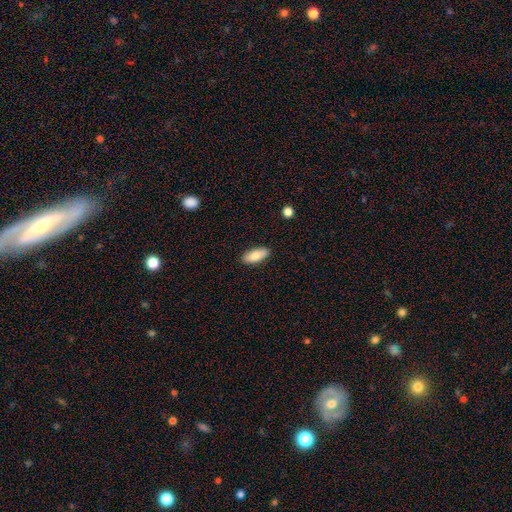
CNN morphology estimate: Overall: smooth (78%). How rounded: in between (83%). Merging: none (88%).